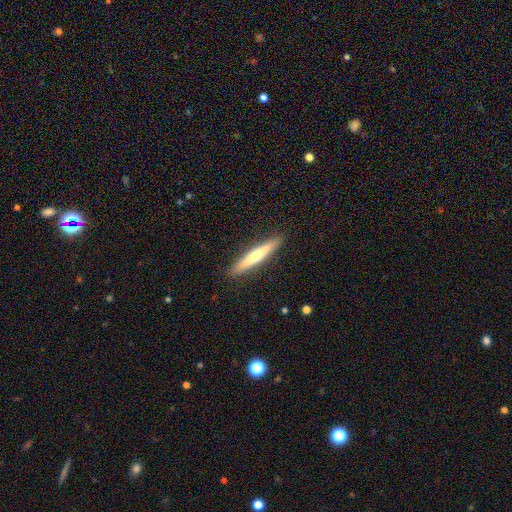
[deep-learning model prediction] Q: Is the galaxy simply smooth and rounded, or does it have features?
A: smooth — 48%.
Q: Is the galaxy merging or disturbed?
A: none — 91%.